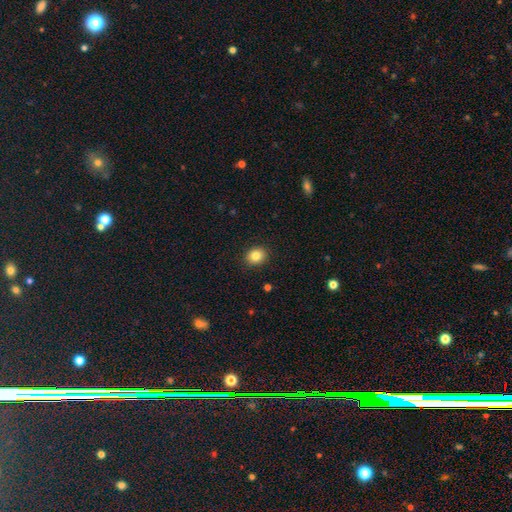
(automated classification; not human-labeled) Smooth or featured? smooth (83%)
How rounded? round (63%)
Merging? none (90%)